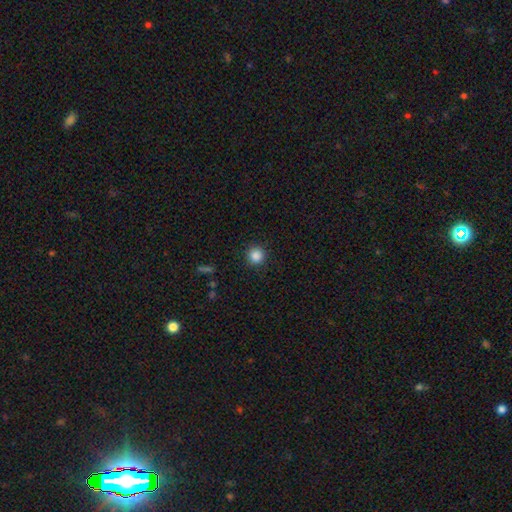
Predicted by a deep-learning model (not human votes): Smooth or featured? smooth (86%)
How rounded? round (95%)
Merging? none (92%)